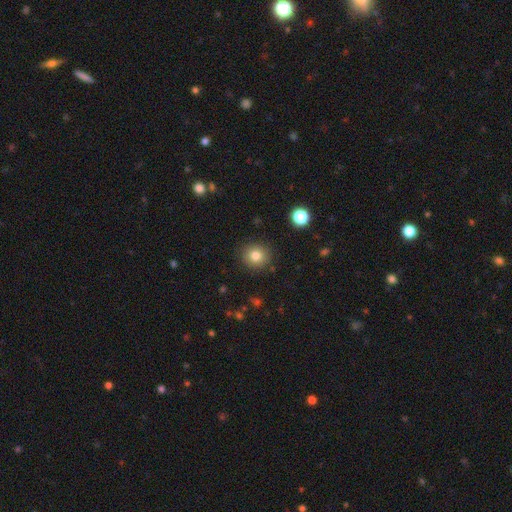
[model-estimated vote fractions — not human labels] Morphology: type=smooth (81%); roundness=round (88%); merging=none (89%).